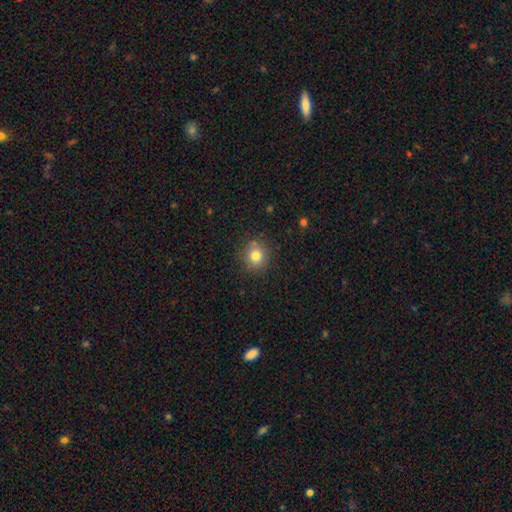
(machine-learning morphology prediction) Smooth or featured? Predicted: smooth (p=0.80). How rounded? Predicted: round (p=0.88). Merging? Predicted: none (p=0.85).